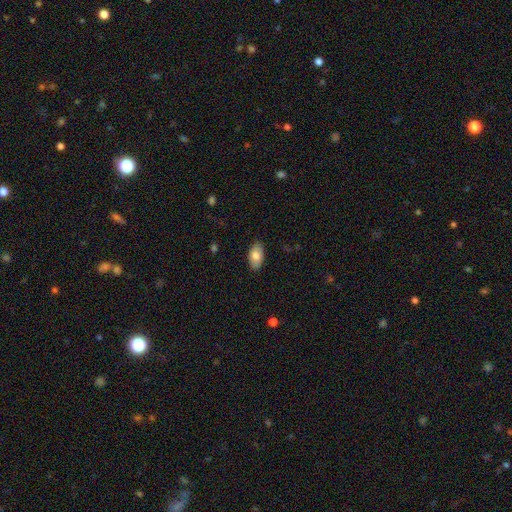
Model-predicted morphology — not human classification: smooth-or-featured: smooth: 79% | featured or disk: 15% | star or artifact: 7%
  how-rounded: in between: 94% | round: 4% | cigar-shaped: 2%
  merging: none: 87% | minor disturbance: 10% | major disturbance: 2% | merger: 1%